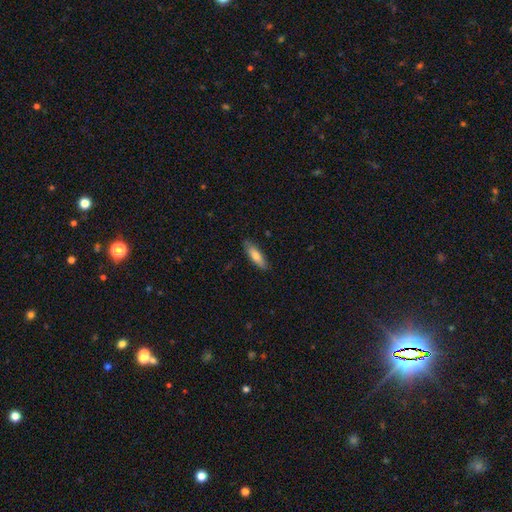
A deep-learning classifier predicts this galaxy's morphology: Smooth or featured?
  - smooth: 79% *
  - featured or disk: 16%
  - star or artifact: 6%
How rounded?
  - cigar-shaped: 51% *
  - in between: 47%
  - round: 2%
Merging?
  - none: 82% *
  - minor disturbance: 14%
  - major disturbance: 2%
  - merger: 1%